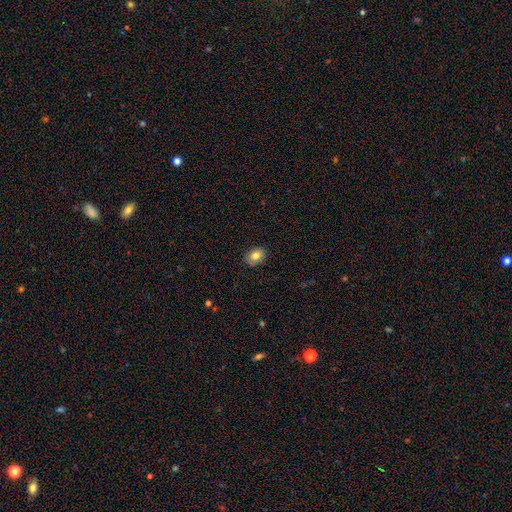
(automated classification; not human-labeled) Smooth or featured? Predicted: smooth (p=0.81). How rounded? Predicted: in between (p=0.63). Merging? Predicted: none (p=0.86).